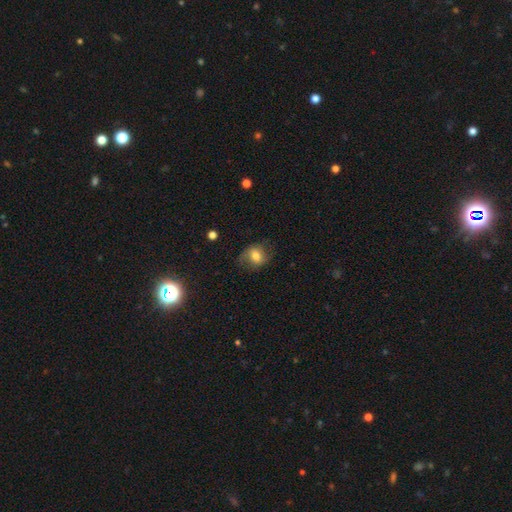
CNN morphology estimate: Overall: smooth (60%; featured or disk 30%). How rounded: round (53%; in between 46%). Merging: none (64%).